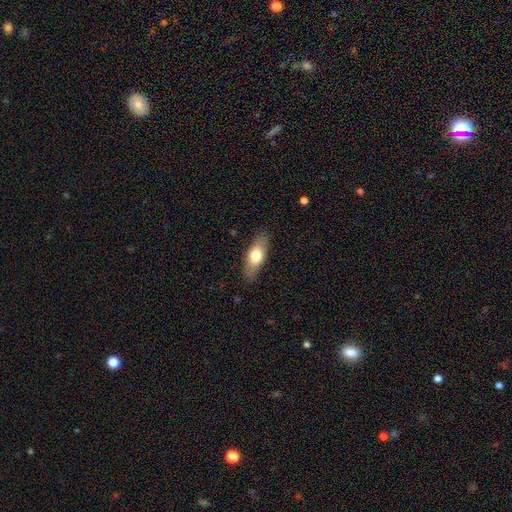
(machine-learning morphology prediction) A smooth galaxy with no disk features (68%) that is in between round and cigar-shaped (69%). Merging: none (86%).